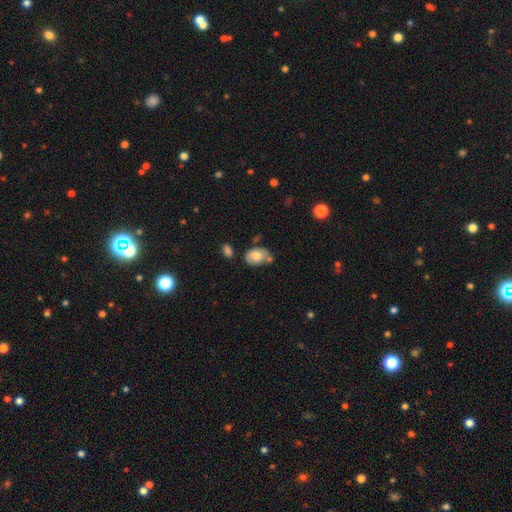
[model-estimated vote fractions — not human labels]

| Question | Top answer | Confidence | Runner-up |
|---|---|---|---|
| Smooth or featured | smooth | 73% | featured or disk (19%) |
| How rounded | in between | 80% | round (18%) |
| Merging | none | 47% | minor disturbance (27%) |